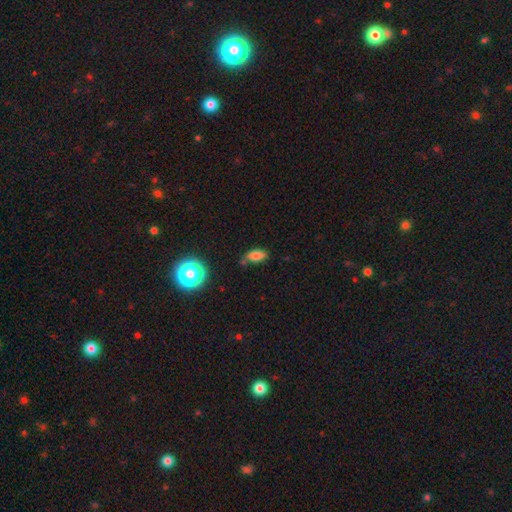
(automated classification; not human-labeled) A smooth galaxy with no disk features (76%) that is in between round and cigar-shaped (85%). Merging: none (65%).